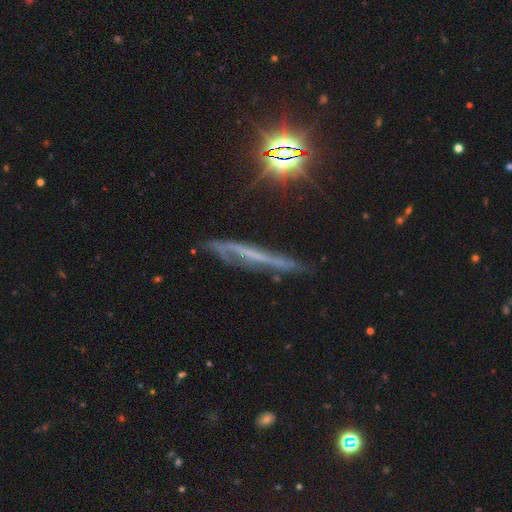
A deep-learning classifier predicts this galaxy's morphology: Smooth or featured? featured or disk (57%)
Edge-on disk? yes (73%)
Merging? none (62%)